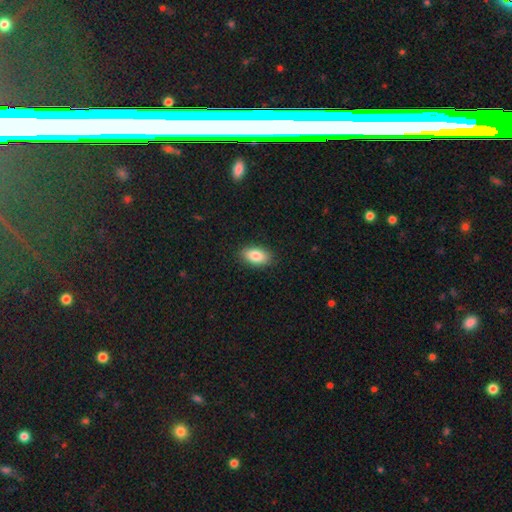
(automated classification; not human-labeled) This appears to be a smooth galaxy with no disk features (86%) that is in between round and cigar-shaped (92%). Merging: none (89%).